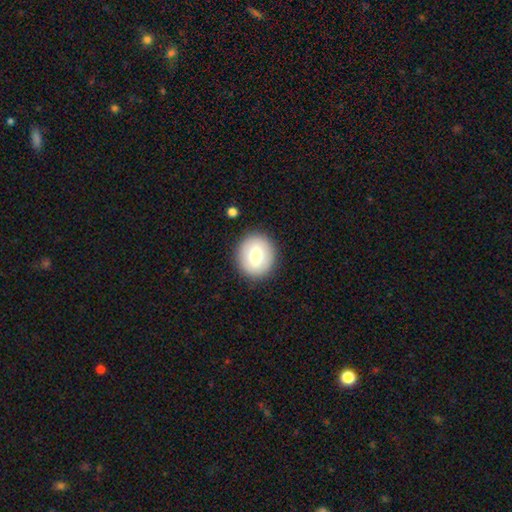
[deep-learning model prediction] Morphology: type=smooth (70%); roundness=round (84%); merging=none (89%).